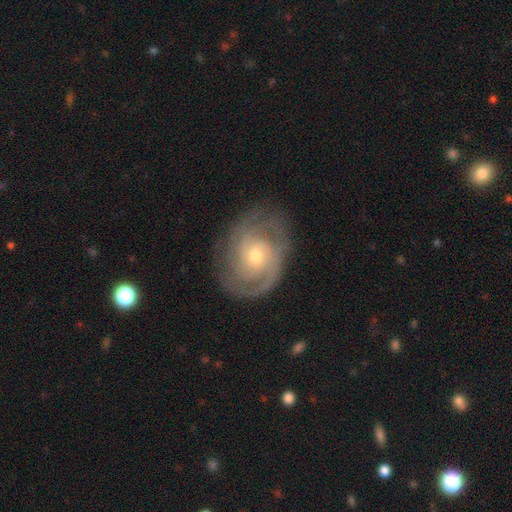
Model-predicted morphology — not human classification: This appears to be a featured or disk galaxy (86%) with no bar (66%), 2 (43%) tight (60%) spiral arms (96%) and a small central bulge (49%). Merging: none (77%).